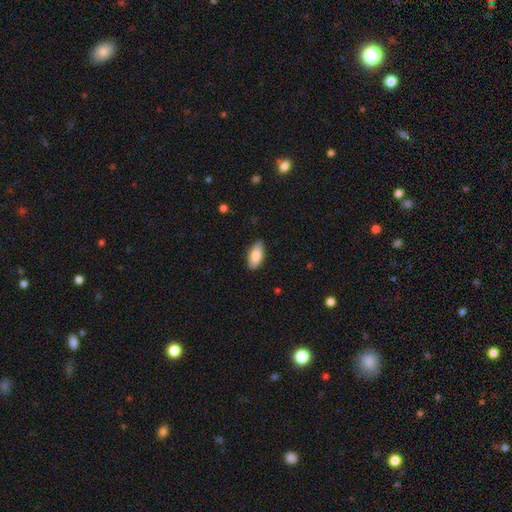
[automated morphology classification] smooth 84%, featured or disk 10%, star or artifact 6%. Down the decision tree: how rounded — in between (90%); merging — none (83%).